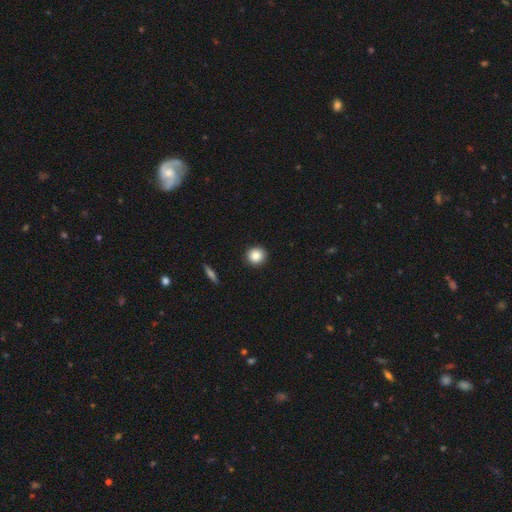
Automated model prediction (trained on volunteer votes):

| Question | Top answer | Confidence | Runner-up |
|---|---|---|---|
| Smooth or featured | smooth | 85% | star or artifact (9%) |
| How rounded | round | 93% | in between (6%) |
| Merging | none | 93% | minor disturbance (5%) |